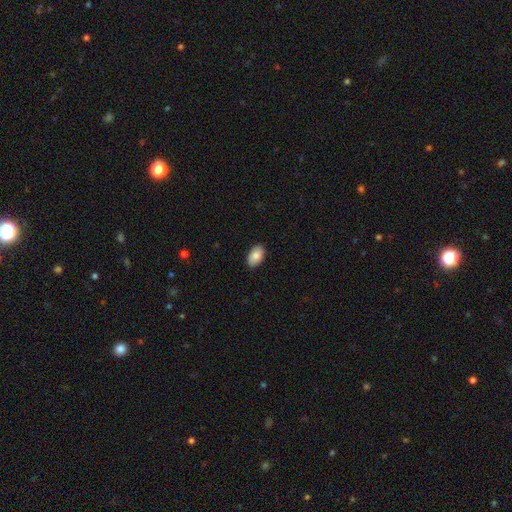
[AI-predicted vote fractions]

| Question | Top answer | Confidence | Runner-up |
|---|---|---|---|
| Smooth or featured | smooth | 86% | featured or disk (8%) |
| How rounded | in between | 93% | round (6%) |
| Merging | none | 88% | minor disturbance (9%) |